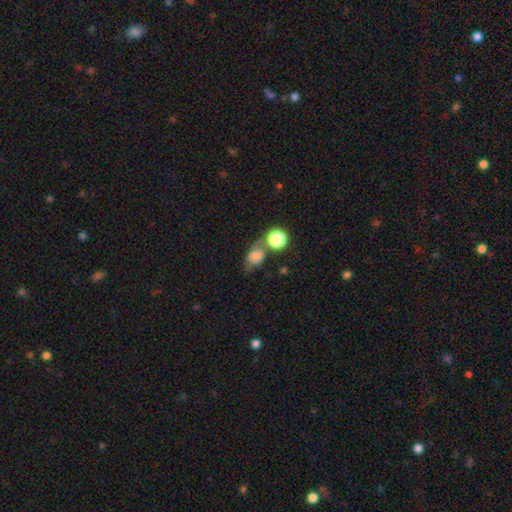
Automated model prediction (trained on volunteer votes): This is likely a smooth galaxy (70%). How rounded: likely in between (68%). Merging: marginally none (44%).